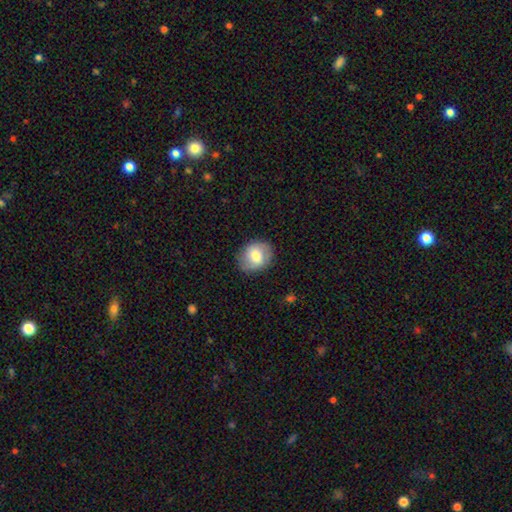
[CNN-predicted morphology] Smooth or featured?
  - smooth: 67% *
  - featured or disk: 25%
  - star or artifact: 7%
How rounded?
  - round: 62% *
  - in between: 37%
  - cigar-shaped: 1%
Merging?
  - none: 82% *
  - minor disturbance: 13%
  - major disturbance: 4%
  - merger: 1%